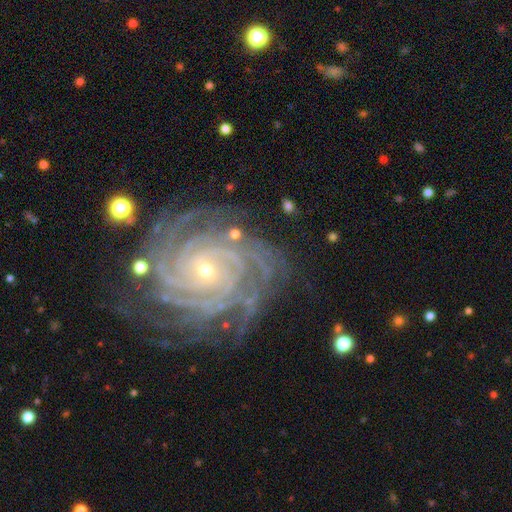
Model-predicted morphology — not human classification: Smooth or featured: featured or disk — 92% (star or artifact — 5%)
Edge-on disk: no — 98% (yes — 2%)
Bar: no — 65% (weak — 23%)
Spiral arms: yes — 99% (no — 1%)
Spiral winding: tight — 84% (medium — 14%)
Spiral arm count: 4 — 31% (more than 4 — 29%)
Bulge size: small — 78% (moderate — 19%)
Merging: none — 79% (minor disturbance — 15%)